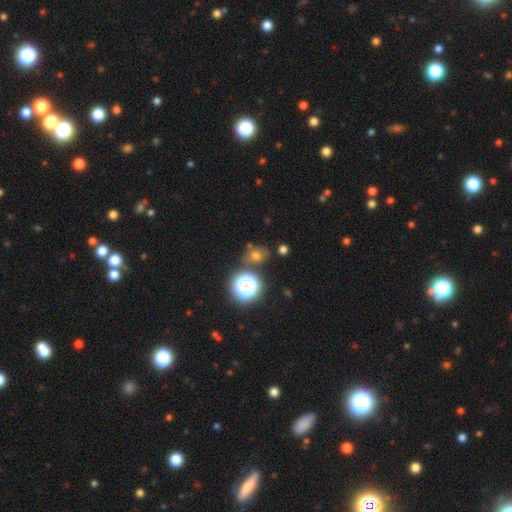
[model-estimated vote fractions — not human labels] Smooth or featured? smooth (64%)
How rounded? round (63%)
Merging? none (75%)